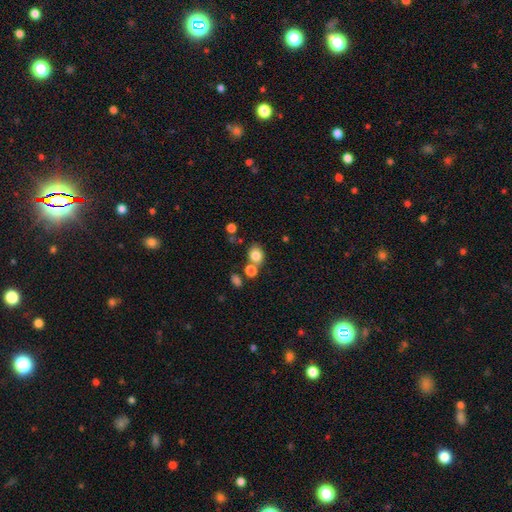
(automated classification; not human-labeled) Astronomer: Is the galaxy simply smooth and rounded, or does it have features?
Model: smooth — 81%.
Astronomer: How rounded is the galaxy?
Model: round — 56% (runner-up: in between, 43%).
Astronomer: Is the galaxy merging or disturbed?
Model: none — 61%.